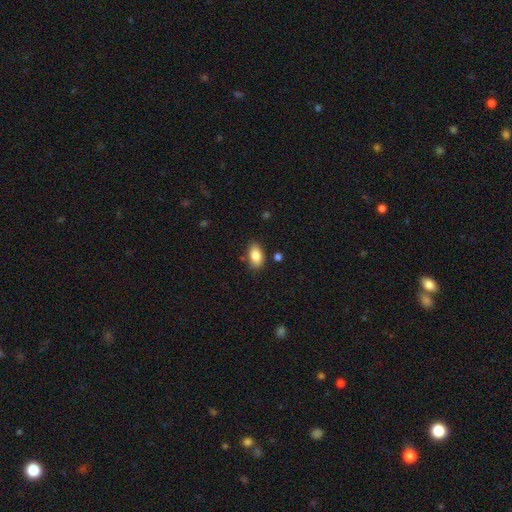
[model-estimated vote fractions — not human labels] smooth_or_featured: smooth (p=0.84) [alt: featured or disk p=0.08]
how_rounded: in between (p=0.91) [alt: round p=0.06]
merging: none (p=0.80) [alt: minor disturbance p=0.14]